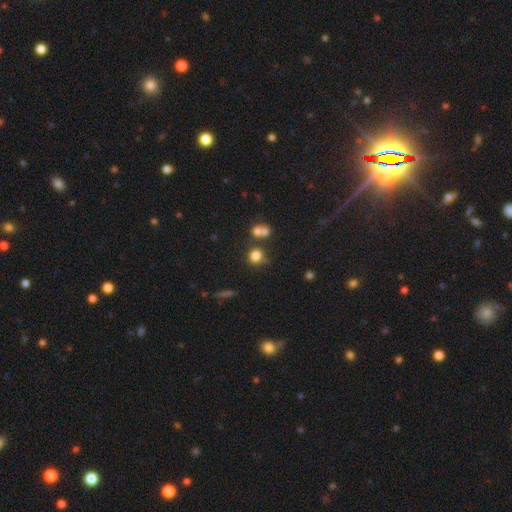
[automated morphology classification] Smooth or featured?
  - smooth: 77% *
  - star or artifact: 15%
  - featured or disk: 9%
How rounded?
  - round: 82% *
  - in between: 16%
  - cigar-shaped: 1%
Merging?
  - none: 56% *
  - merger: 29%
  - minor disturbance: 11%
  - major disturbance: 5%